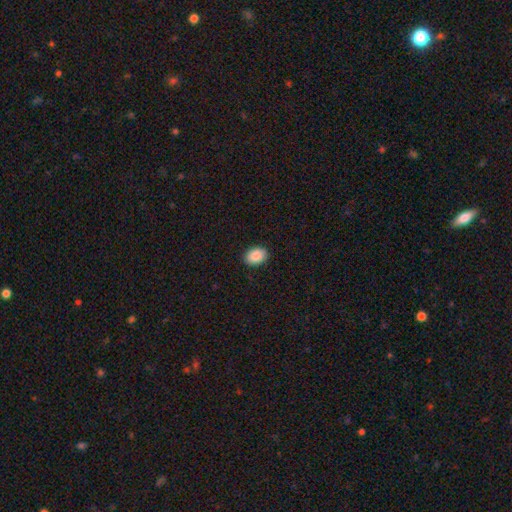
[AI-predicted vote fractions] This appears to be a smooth galaxy with no disk features (88%) that is in between round and cigar-shaped (78%). Merging: none (90%).